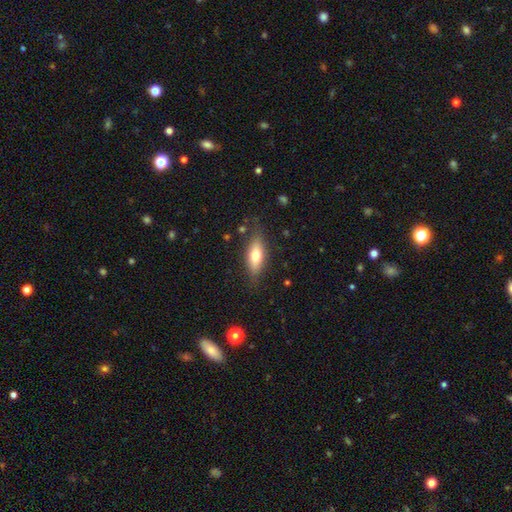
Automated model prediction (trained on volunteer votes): The model was most divided on "how rounded": in between: 69%, cigar-shaped: 28%, round: 3%. More confident: merging — none (79%); smooth or featured — smooth (67%).